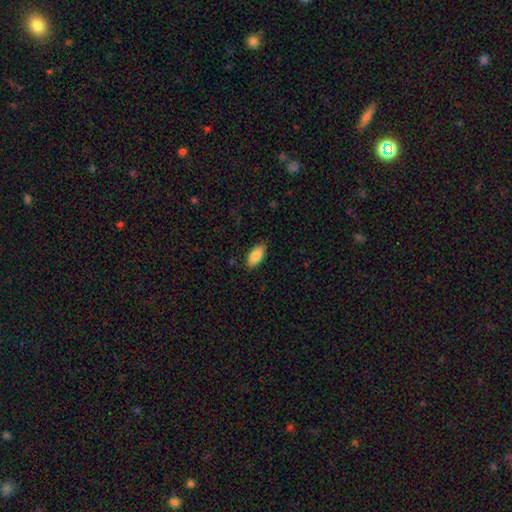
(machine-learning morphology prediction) A smooth galaxy with no disk features (85%) that is in between round and cigar-shaped (91%). Merging: none (86%).